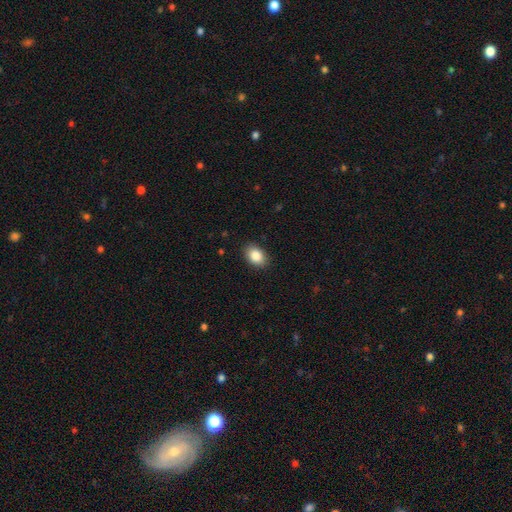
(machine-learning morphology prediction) Q: Smooth or featured?
A: smooth (87%); runner-up: star or artifact (8%)
Q: How rounded?
A: in between (83%); runner-up: round (16%)
Q: Merging?
A: none (88%); runner-up: minor disturbance (9%)